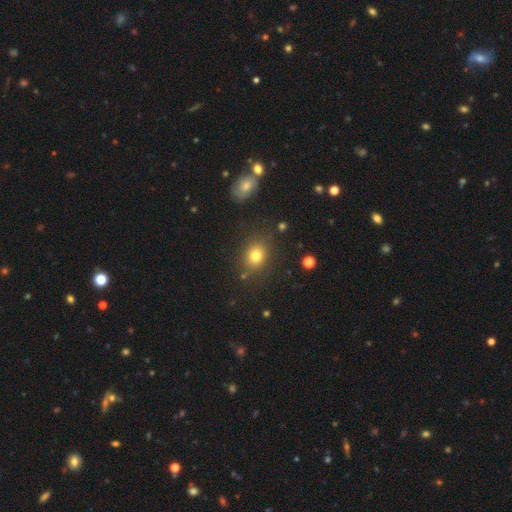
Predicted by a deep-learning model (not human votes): This is likely a smooth galaxy (78%). How rounded: possibly round (58%). Merging: clearly none (81%).